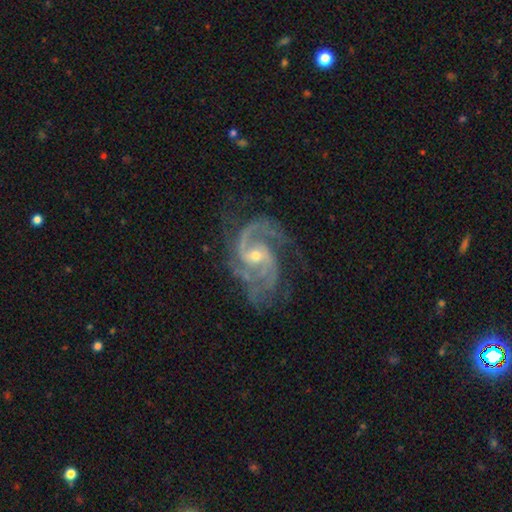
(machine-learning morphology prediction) Smooth or featured? Predicted: featured or disk (p=0.93). Edge-on disk? Predicted: no (p=0.98). Bar? Predicted: no (p=0.51). Spiral arms? Predicted: yes (p=0.98). Spiral winding? Predicted: medium (p=0.54). Spiral arm count? Predicted: 2 (p=0.57). Bulge size? Predicted: small (p=0.56). Merging? Predicted: none (p=0.62).